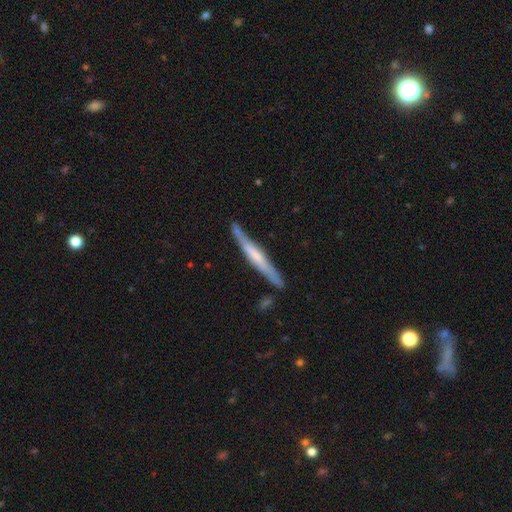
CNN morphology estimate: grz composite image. It shows a featured or disk galaxy (59%) viewed edge-on (94%) with no central bulge (41%). Merging: none (79%).